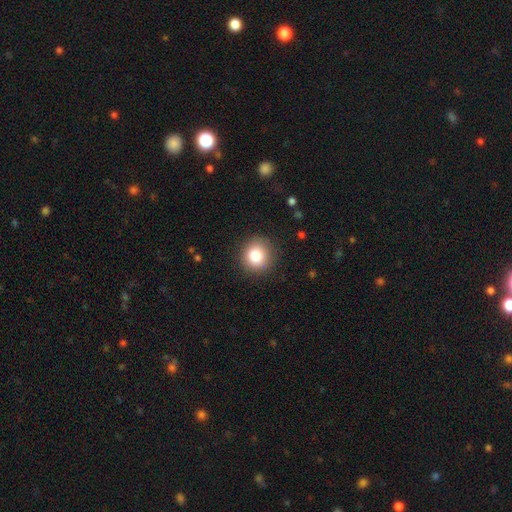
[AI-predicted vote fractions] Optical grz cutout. It shows a smooth galaxy with no disk features (82%) that is round (89%). Merging: none (89%).